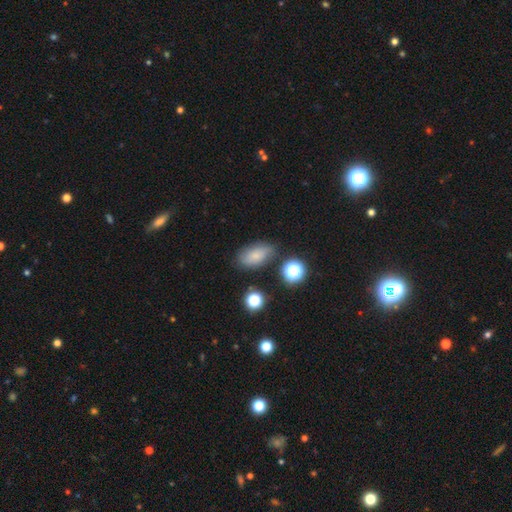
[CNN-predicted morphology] Q: Smooth or featured?
A: smooth (72%); runner-up: featured or disk (15%)
Q: How rounded?
A: in between (86%); runner-up: round (10%)
Q: Merging?
A: none (70%); runner-up: minor disturbance (19%)